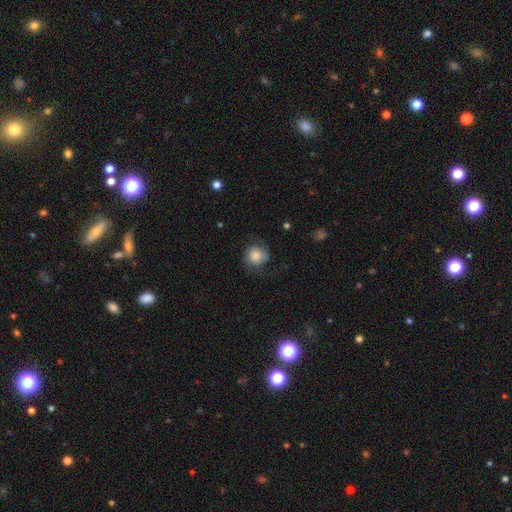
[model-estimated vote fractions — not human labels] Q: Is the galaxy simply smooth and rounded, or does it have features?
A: smooth — 66%.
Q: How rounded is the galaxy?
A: round — 86%.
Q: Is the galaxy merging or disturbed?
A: none — 66%.